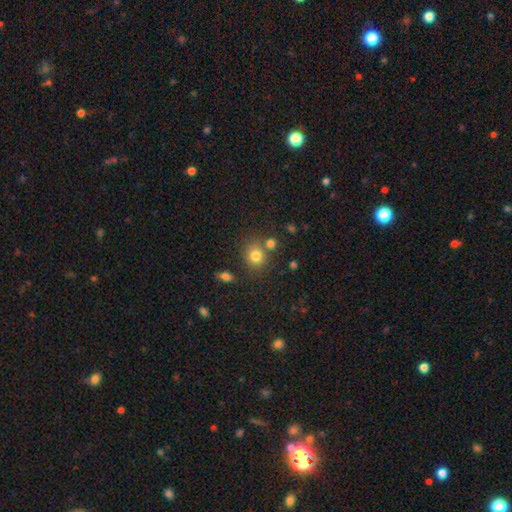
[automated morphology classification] Smooth or featured? Predicted: smooth (p=0.78). How rounded? Predicted: round (p=0.78). Merging? Predicted: none (p=0.70).